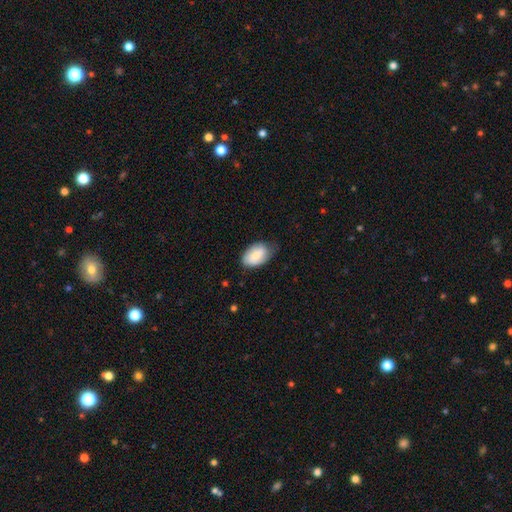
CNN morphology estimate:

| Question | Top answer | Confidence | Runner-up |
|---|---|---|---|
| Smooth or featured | smooth | 77% | featured or disk (17%) |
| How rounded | in between | 92% | round (6%) |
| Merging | none | 61% | minor disturbance (31%) |